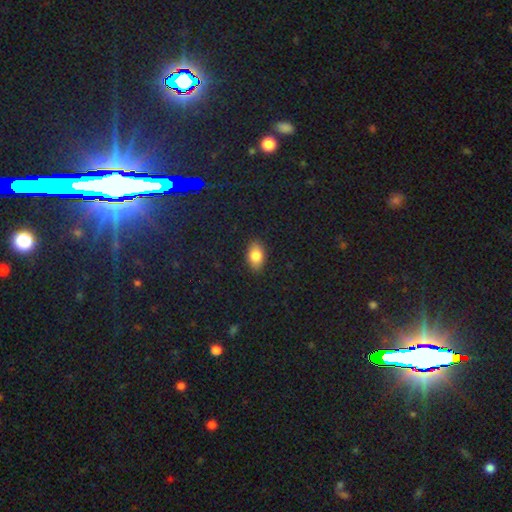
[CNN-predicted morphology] This appears to be a smooth galaxy with no disk features (83%) that is in between round and cigar-shaped (88%). Merging: none (87%).